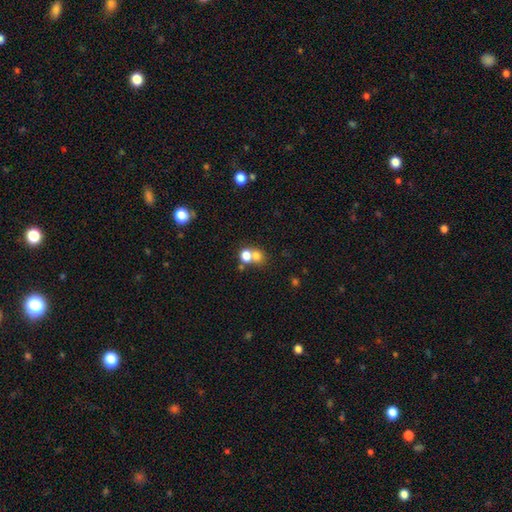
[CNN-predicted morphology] A smooth galaxy with no disk features (72%) that is round (74%). Merging: merger (52%).